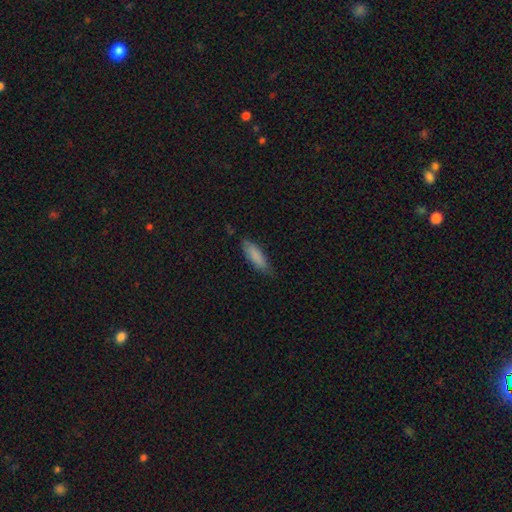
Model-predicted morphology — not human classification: Smooth or featured? smooth (85%)
How rounded? in between (53%)
Merging? none (72%)